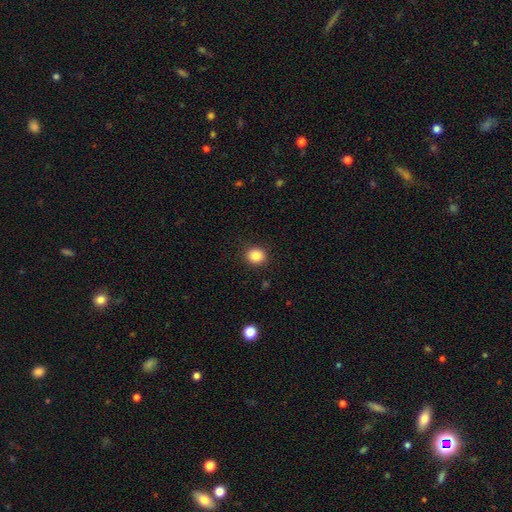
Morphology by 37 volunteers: type=smooth (86%); roundness=round (78%); merging=none (91%).